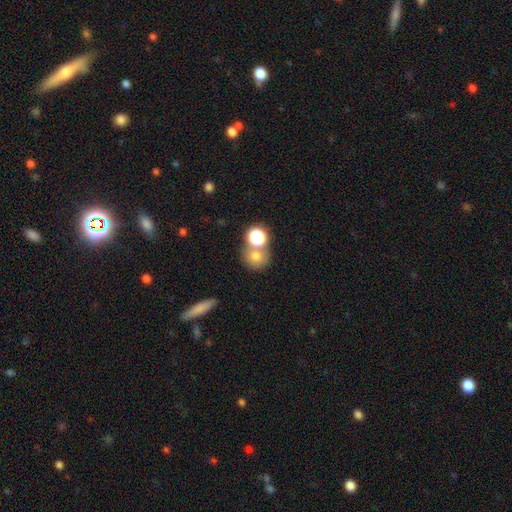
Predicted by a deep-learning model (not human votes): A smooth galaxy with no disk features (71%) that is round (81%). Merging: none (50%).